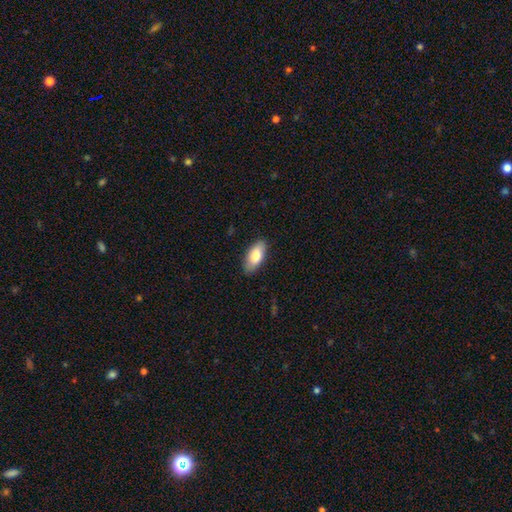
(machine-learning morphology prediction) Q: Smooth or featured?
A: smooth (82%); runner-up: featured or disk (13%)
Q: How rounded?
A: in between (90%); runner-up: cigar-shaped (8%)
Q: Merging?
A: none (87%); runner-up: minor disturbance (10%)